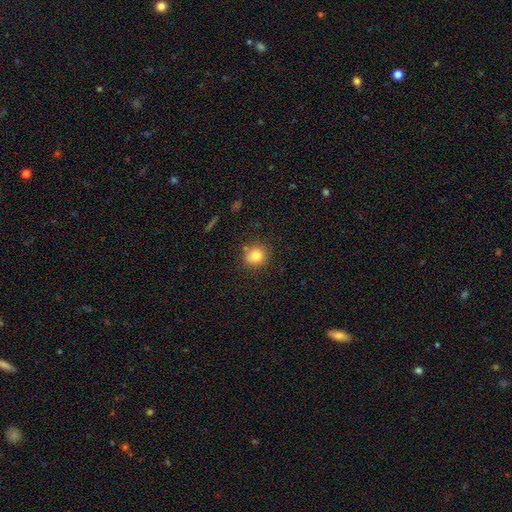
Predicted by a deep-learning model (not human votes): This is likely a smooth galaxy (79%). How rounded: clearly round (86%). Merging: likely none (76%).